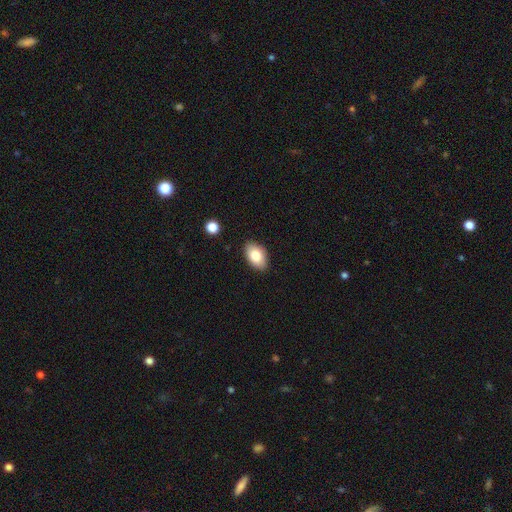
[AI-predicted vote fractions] A smooth galaxy with no disk features (81%) that is in between round and cigar-shaped (91%).

Vote fractions:
- Smooth or featured? smooth: 81% / featured or disk: 11% / star or artifact: 7%
- How rounded? in between: 91% / round: 8% / cigar-shaped: 1%
- Merging? none: 87% / minor disturbance: 10% / major disturbance: 2% / merger: 1%